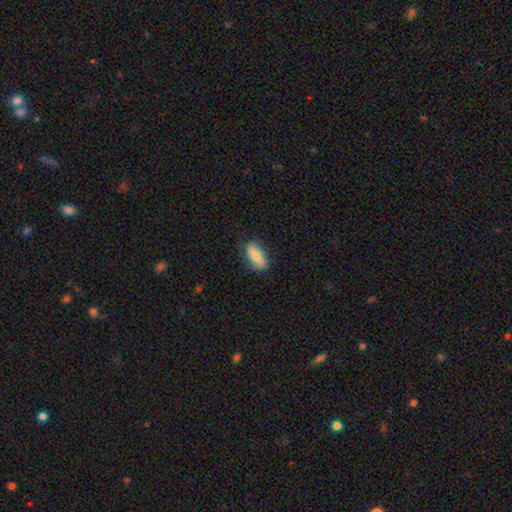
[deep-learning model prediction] This appears to be a smooth galaxy with no disk features (72%) that is in between round and cigar-shaped (86%). Merging: none (81%).